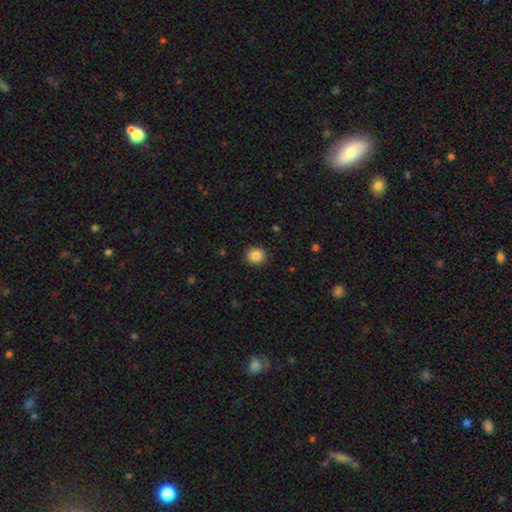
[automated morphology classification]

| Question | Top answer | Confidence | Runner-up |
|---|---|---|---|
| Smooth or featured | smooth | 86% | star or artifact (10%) |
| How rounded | round | 85% | in between (14%) |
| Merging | none | 91% | minor disturbance (7%) |